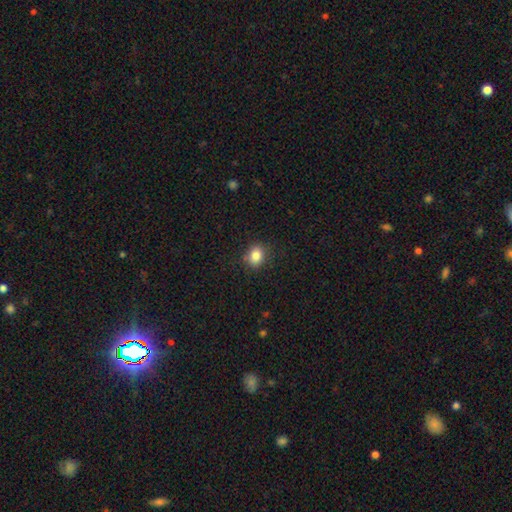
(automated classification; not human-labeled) smooth-or-featured: smooth: 84% | star or artifact: 11% | featured or disk: 6%
  how-rounded: round: 57% | in between: 42% | cigar-shaped: 1%
  merging: none: 84% | minor disturbance: 11% | major disturbance: 3% | merger: 2%